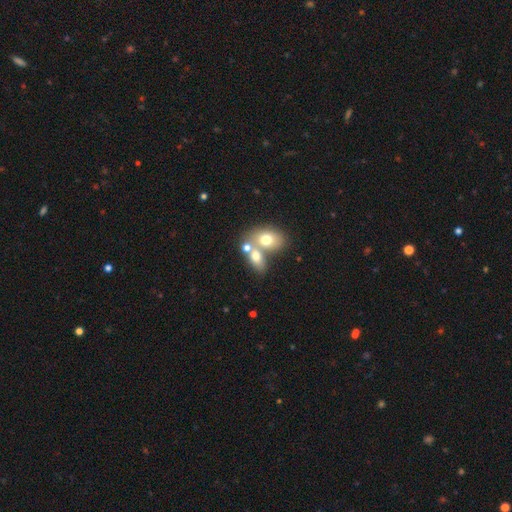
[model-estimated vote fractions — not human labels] Q: Smooth or featured?
A: smooth (67%); runner-up: featured or disk (23%)
Q: How rounded?
A: in between (75%); runner-up: round (23%)
Q: Merging?
A: merger (61%); runner-up: none (26%)